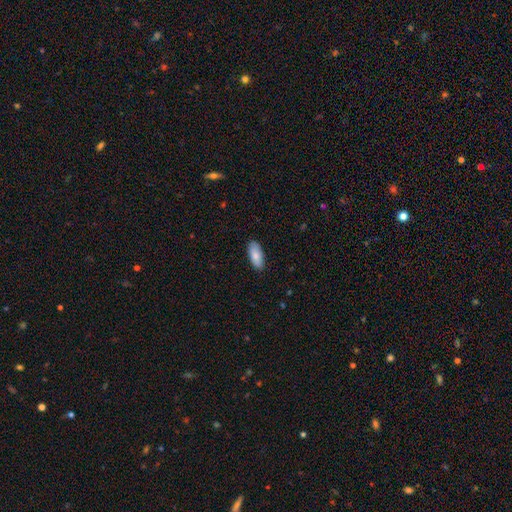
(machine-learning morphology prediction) The model was most divided on "smooth or featured": smooth: 83%, featured or disk: 11%, star or artifact: 6%. More confident: merging — none (87%); how rounded — in between (87%).